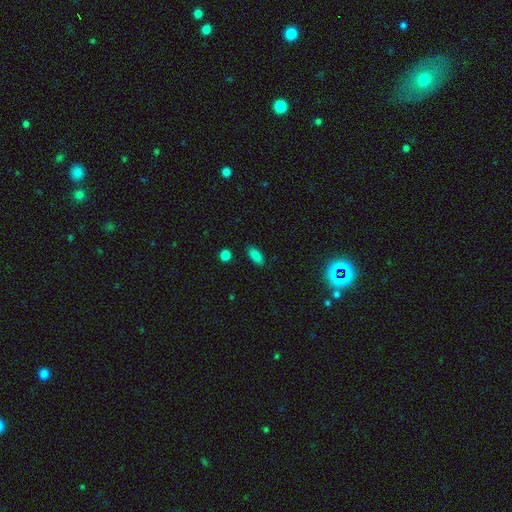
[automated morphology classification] A smooth galaxy with no disk features (84%) that is in between round and cigar-shaped (88%). Merging: none (85%).